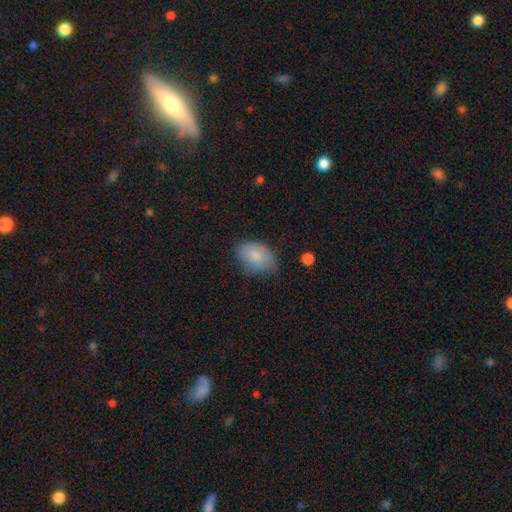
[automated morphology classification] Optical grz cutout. It shows a smooth galaxy with no disk features (83%) that is in between round and cigar-shaped (85%). Merging: none (59%).